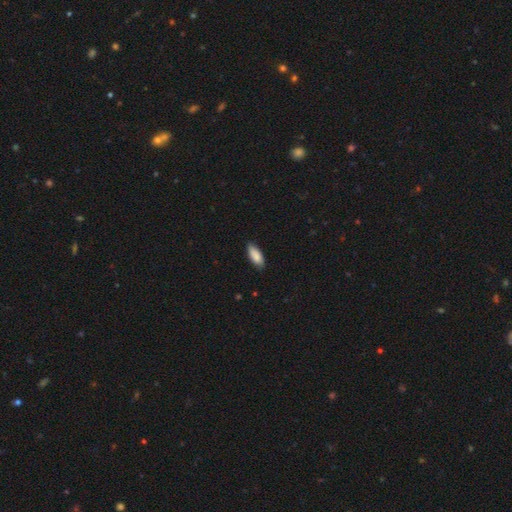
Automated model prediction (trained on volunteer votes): Smooth or featured? Predicted: smooth (p=0.87). How rounded? Predicted: in between (p=0.79). Merging? Predicted: none (p=0.82).